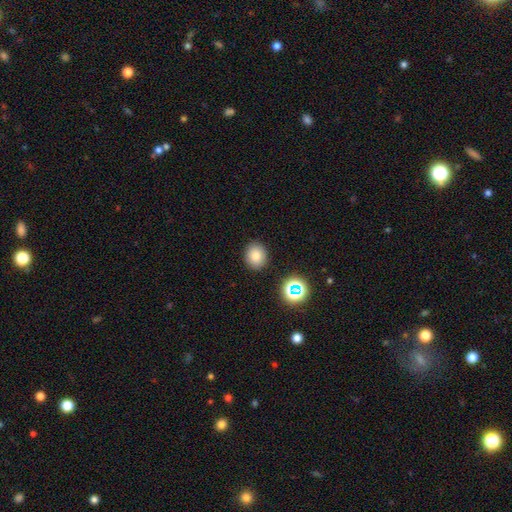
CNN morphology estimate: smooth_or_featured: smooth (p=0.79) [alt: star or artifact p=0.13]
how_rounded: round (p=0.65) [alt: in between p=0.34]
merging: none (p=0.88) [alt: minor disturbance p=0.08]